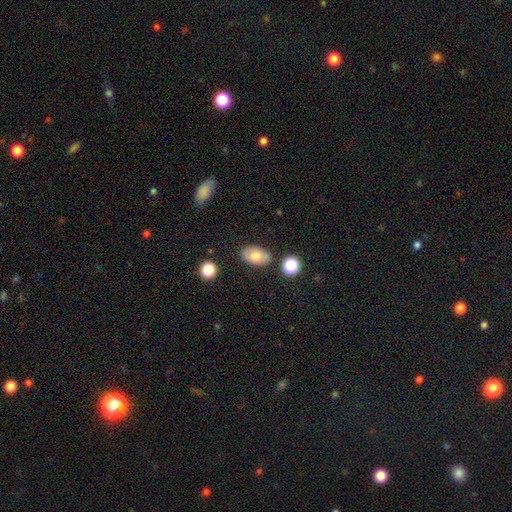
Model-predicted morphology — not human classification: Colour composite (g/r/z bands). It shows a smooth galaxy with no disk features (69%) that is in between round and cigar-shaped (90%). Merging: none (79%).